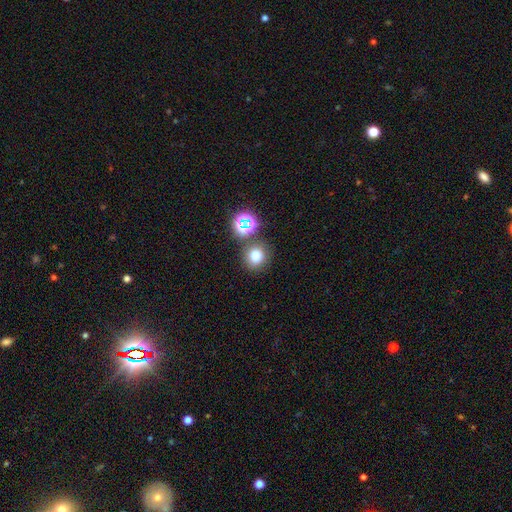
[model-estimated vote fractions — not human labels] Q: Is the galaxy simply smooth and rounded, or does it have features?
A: smooth — 74%.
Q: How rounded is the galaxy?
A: round — 85%.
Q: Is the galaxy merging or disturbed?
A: none — 75%.